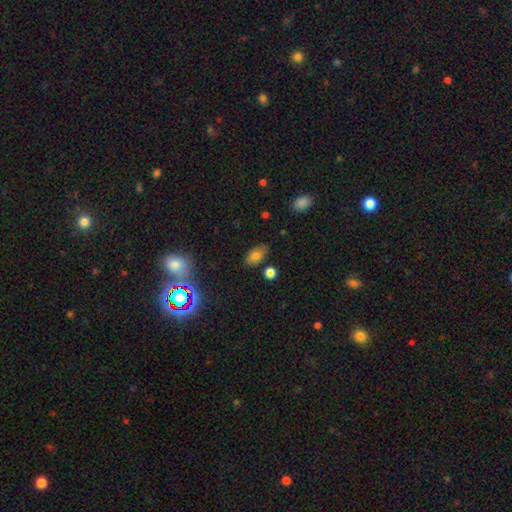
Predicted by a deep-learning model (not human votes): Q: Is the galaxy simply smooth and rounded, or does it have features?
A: smooth — 76%.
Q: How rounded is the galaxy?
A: in between — 90%.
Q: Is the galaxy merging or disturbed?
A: none — 78%.